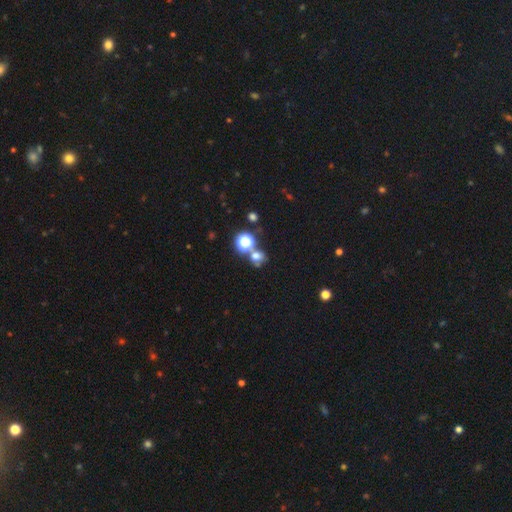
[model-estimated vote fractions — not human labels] smooth_or_featured: smooth (p=0.60) [alt: star or artifact p=0.28]
how_rounded: round (p=0.67) [alt: in between p=0.32]
merging: none (p=0.51) [alt: merger p=0.31]